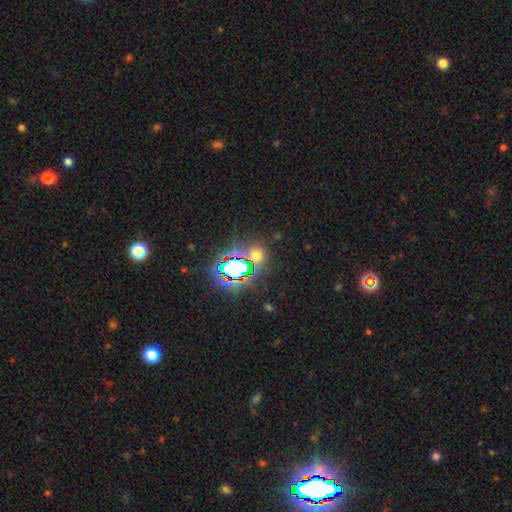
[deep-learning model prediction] Smooth or featured? star or artifact (51%)